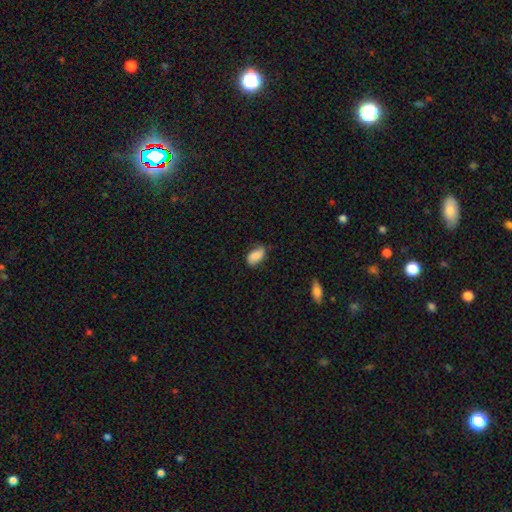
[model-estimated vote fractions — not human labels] This is likely a smooth galaxy (75%). How rounded: clearly in between (91%). Merging: possibly none (60%).